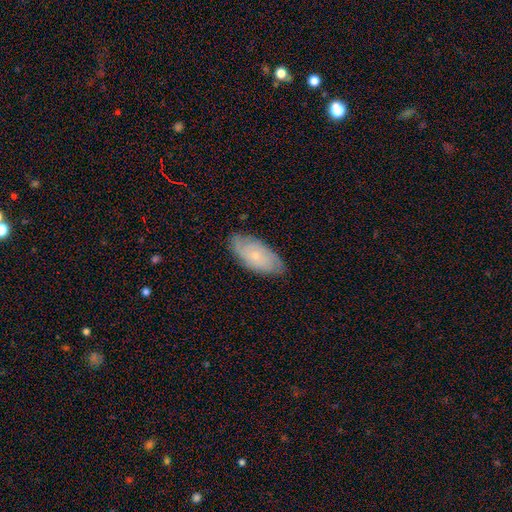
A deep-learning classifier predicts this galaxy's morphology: Smooth or featured: featured or disk — 53% (smooth — 40%)
Edge-on disk: no — 91% (yes — 9%)
Merging: none — 79% (minor disturbance — 17%)